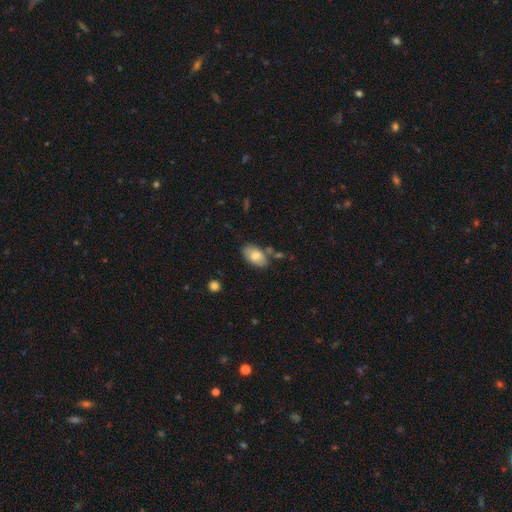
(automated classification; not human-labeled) smooth-or-featured: smooth: 76% | featured or disk: 17% | star or artifact: 7%
  how-rounded: in between: 93% | round: 6% | cigar-shaped: 2%
  merging: none: 71% | minor disturbance: 17% | merger: 8% | major disturbance: 4%